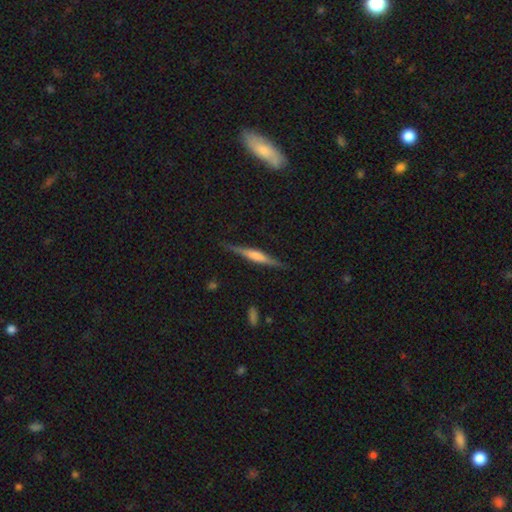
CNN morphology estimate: Smooth or featured? featured or disk (66%)
Edge-on disk? yes (97%)
Edge-on bulge? rounded (48%)
Merging? none (87%)